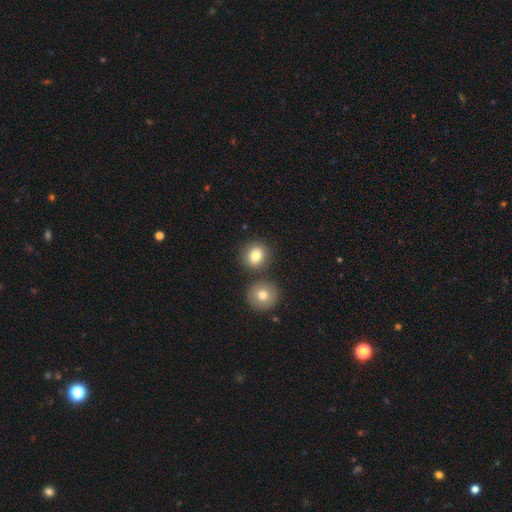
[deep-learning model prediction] This is clearly a smooth galaxy (80%). How rounded: clearly round (80%). Merging: likely none (75%).